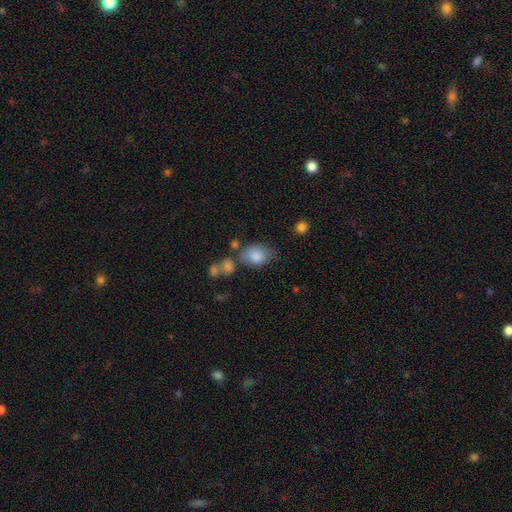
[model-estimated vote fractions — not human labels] This appears to be a smooth galaxy with no disk features (83%) that is in between round and cigar-shaped (76%). Merging: none (51%).